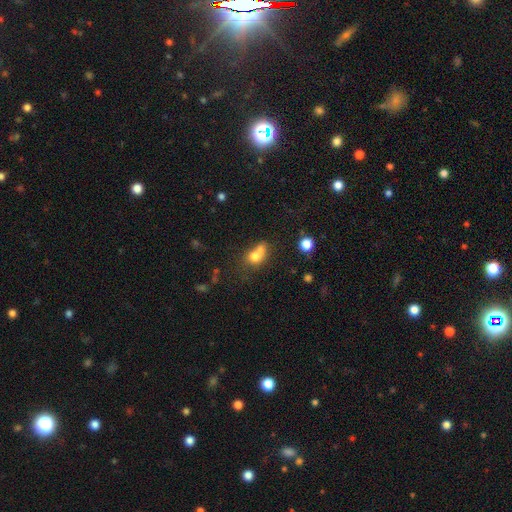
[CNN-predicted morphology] This is likely a smooth galaxy (72%). How rounded: possibly round (50%). Merging: possibly merger (49%).